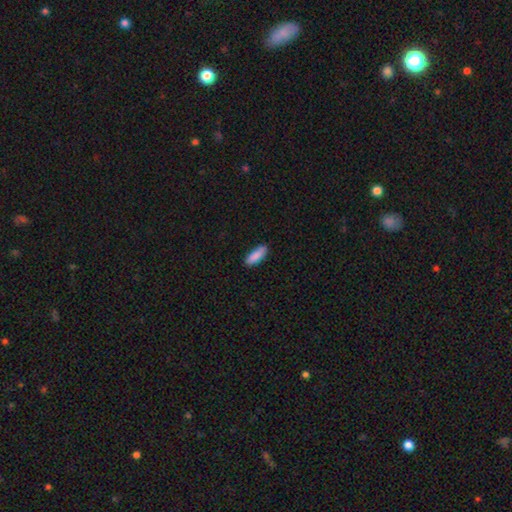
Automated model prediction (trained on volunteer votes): Smooth or featured? smooth (89%)
How rounded? in between (62%)
Merging? none (86%)